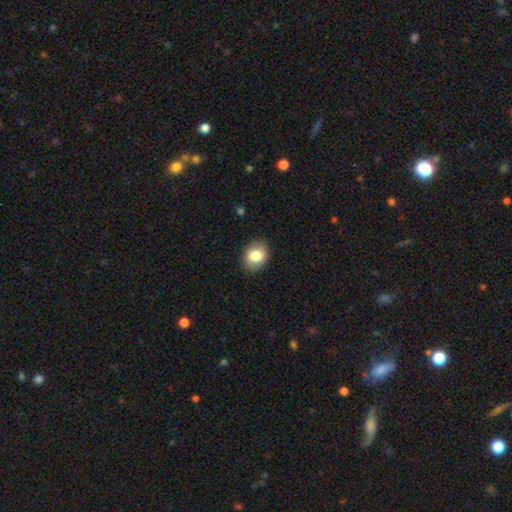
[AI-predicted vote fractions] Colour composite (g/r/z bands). It shows a smooth galaxy with no disk features (81%) that is in between round and cigar-shaped (61%). Merging: none (87%).